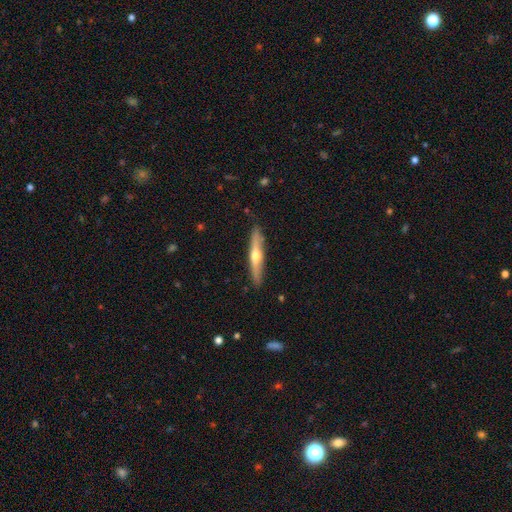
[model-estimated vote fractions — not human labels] Smooth or featured? featured or disk (58%)
Edge-on disk? yes (95%)
Edge-on bulge? rounded (90%)
Merging? none (87%)